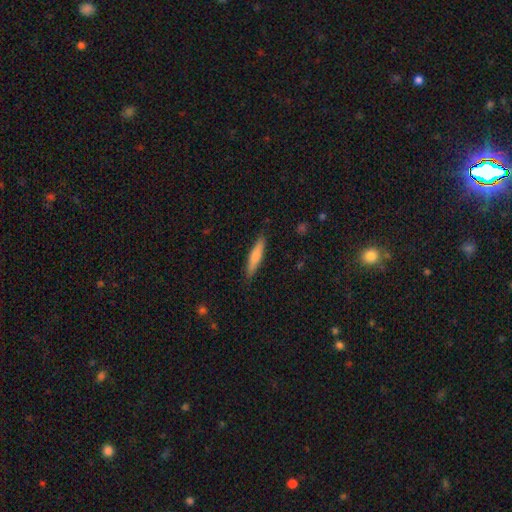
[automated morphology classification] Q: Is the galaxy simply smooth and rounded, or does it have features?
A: smooth — 71%.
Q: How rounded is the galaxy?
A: cigar-shaped — 87%.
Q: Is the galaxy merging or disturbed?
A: none — 89%.